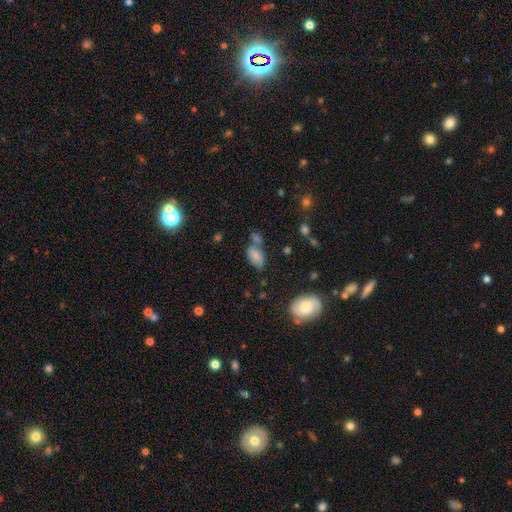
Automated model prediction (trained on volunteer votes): Q: Smooth or featured?
A: smooth (79%); runner-up: featured or disk (11%)
Q: How rounded?
A: in between (92%); runner-up: round (6%)
Q: Merging?
A: none (47%); runner-up: merger (25%)